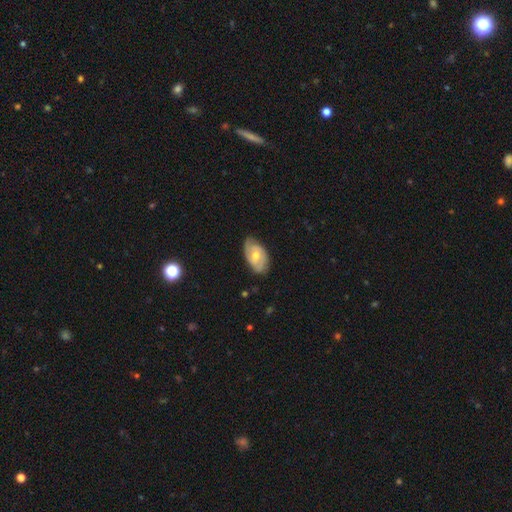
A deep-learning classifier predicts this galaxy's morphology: type=featured or disk (57%); edge-on=no (93%); bar=no (56%); spiral arms=yes (69%); bulge=moderate (68%); merging=none (73%).